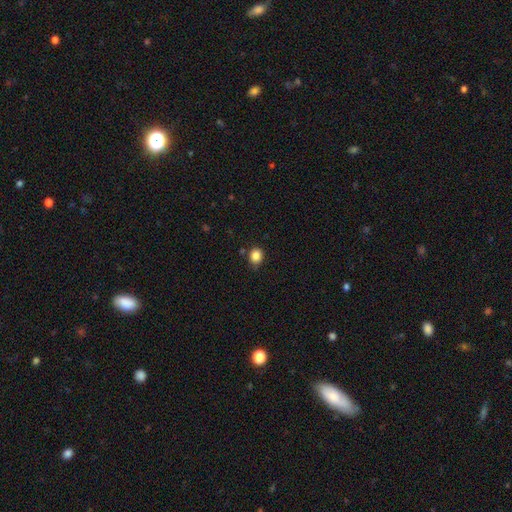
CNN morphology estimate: Q: Smooth or featured?
A: smooth (85%); runner-up: star or artifact (10%)
Q: How rounded?
A: round (64%); runner-up: in between (35%)
Q: Merging?
A: none (79%); runner-up: minor disturbance (15%)